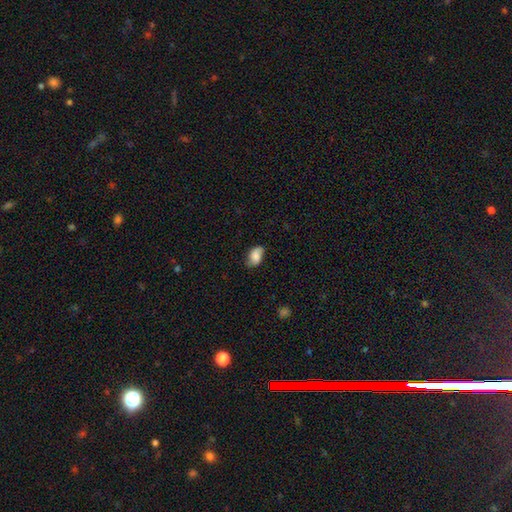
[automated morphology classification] Overall: smooth (73%). How rounded: in between (90%). Merging: none (69%).